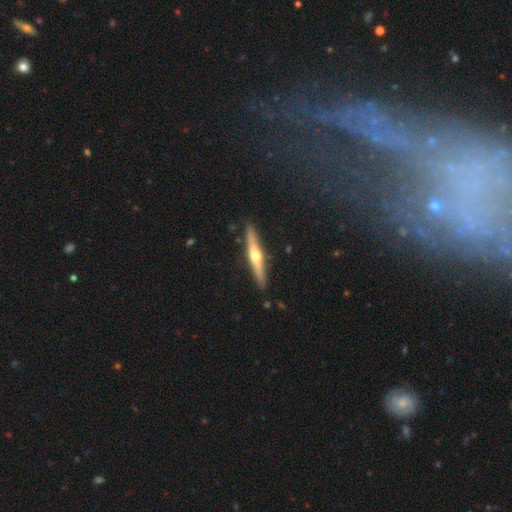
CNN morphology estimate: smooth-or-featured: featured or disk: 67% | smooth: 28% | star or artifact: 5%
  disk-edge-on: yes: 97% | no: 3%
    edge-on-bulge: rounded: 93% | none: 5% | boxy: 2%
  merging: none: 89% | minor disturbance: 8% | major disturbance: 2% | merger: 1%